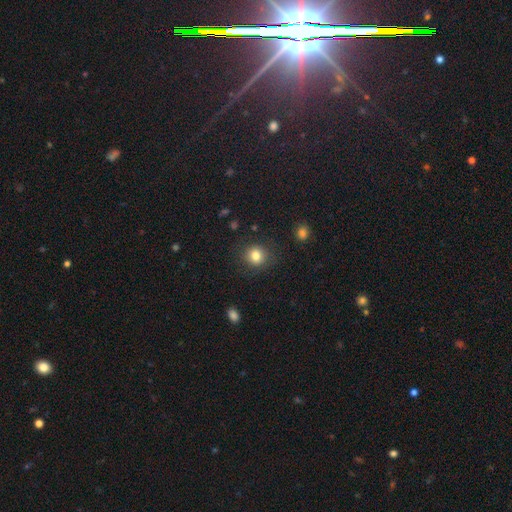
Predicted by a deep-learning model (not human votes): Smooth or featured? smooth (82%)
How rounded? round (85%)
Merging? none (86%)